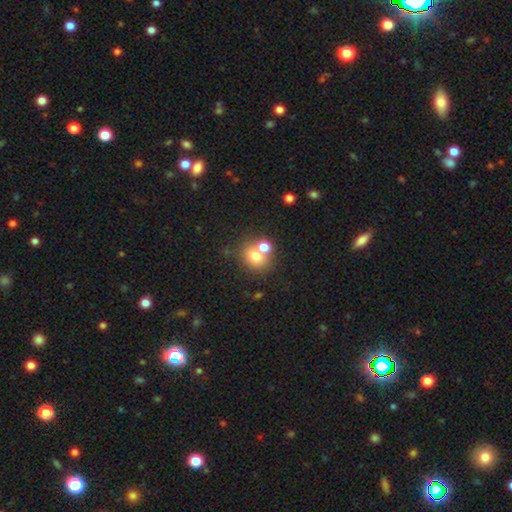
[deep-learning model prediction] Smooth or featured: smooth — 72% (featured or disk — 15%)
How rounded: round — 70% (in between — 29%)
Merging: none — 52% (merger — 35%)